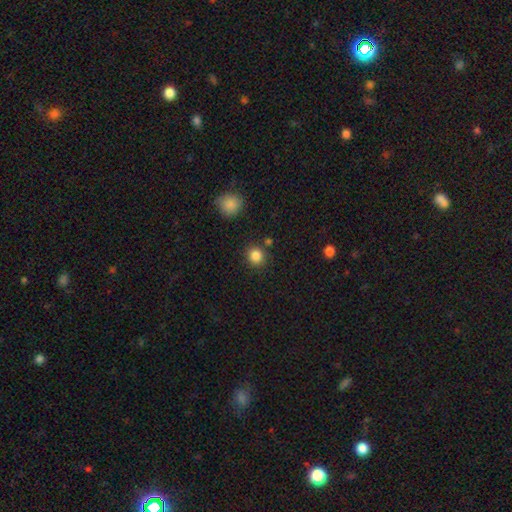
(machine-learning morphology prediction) type=smooth (85%); roundness=round (90%); merging=none (85%).